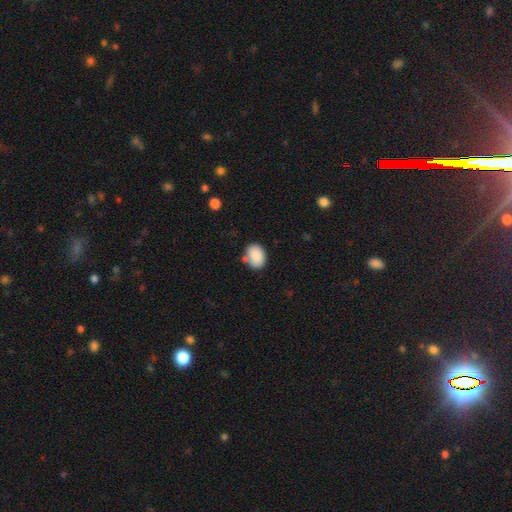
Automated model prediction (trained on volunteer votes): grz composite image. It shows a smooth galaxy with no disk features (88%) that is in between round and cigar-shaped (70%). Merging: none (69%).